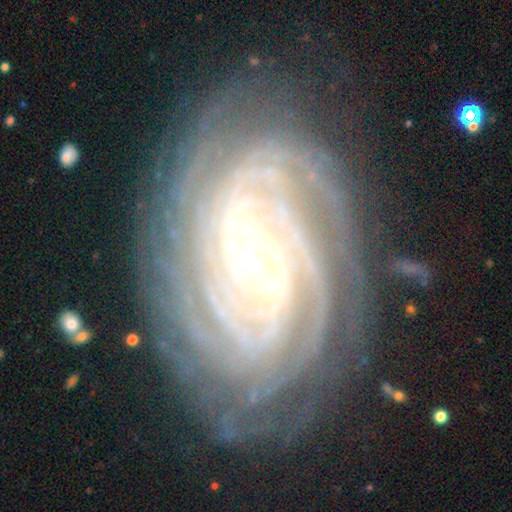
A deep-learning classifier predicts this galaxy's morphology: Smooth or featured? featured or disk (91%)
Edge-on disk? no (95%)
Bar? no (40%)
Spiral arms? yes (98%)
Spiral winding? tight (80%)
Spiral arm count? can't tell (21%, tied with 4)
Bulge size? moderate (49%)
Merging? none (76%)